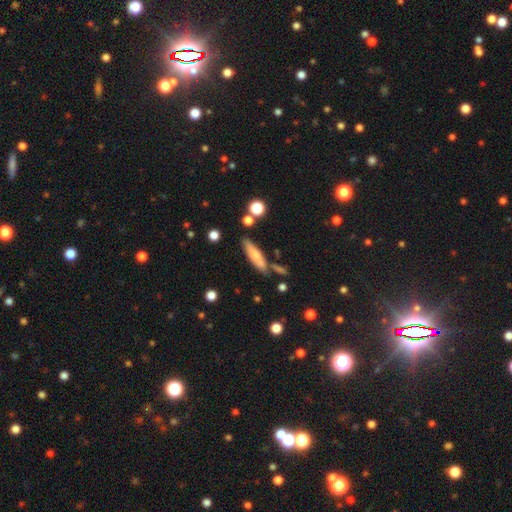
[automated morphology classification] The model was most divided on "smooth or featured": smooth: 64%, featured or disk: 28%, star or artifact: 7%. More confident: merging — none (69%); how rounded — cigar-shaped (68%).